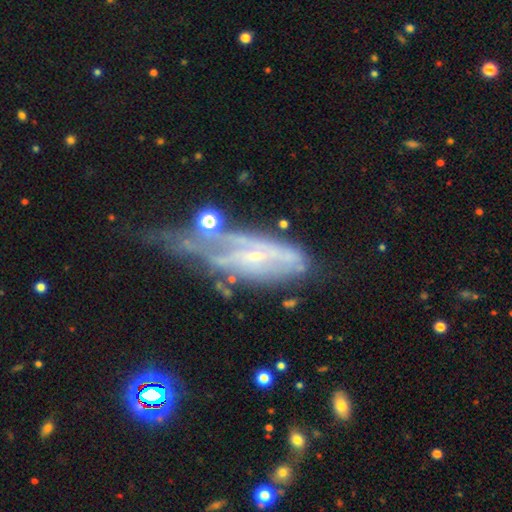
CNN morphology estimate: Q: Smooth or featured?
A: featured or disk (74%); runner-up: smooth (17%)
Q: Edge-on disk?
A: no (82%); runner-up: yes (18%)
Q: Bar?
A: no (52%); runner-up: weak (33%)
Q: Spiral arms?
A: yes (70%); runner-up: no (30%)
Q: Bulge size?
A: small (71%); runner-up: moderate (17%)
Q: Merging?
A: major disturbance (37%); runner-up: minor disturbance (26%)